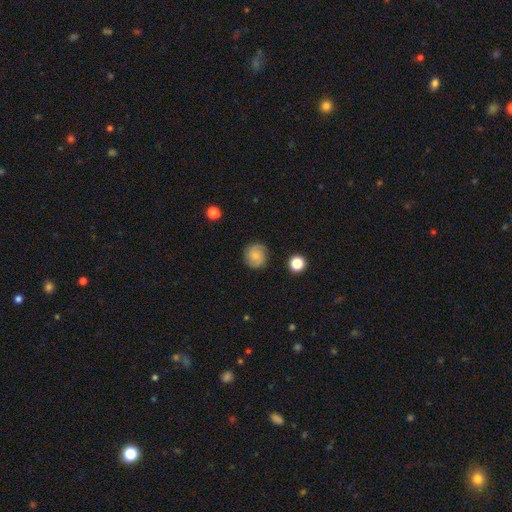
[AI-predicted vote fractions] A smooth galaxy with no disk features (60%) that is round (90%). Merging: none (84%).